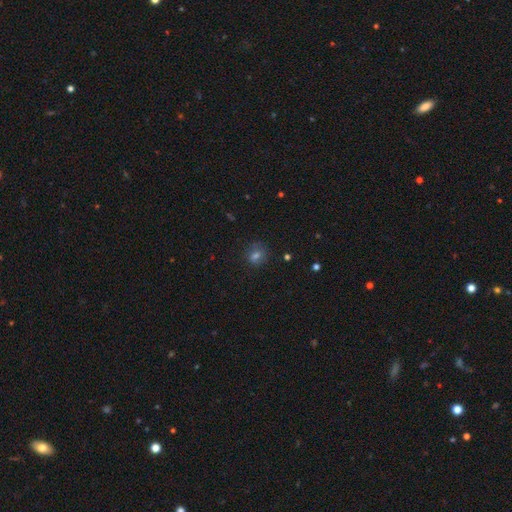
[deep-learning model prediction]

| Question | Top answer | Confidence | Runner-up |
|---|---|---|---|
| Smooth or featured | smooth | 66% | star or artifact (22%) |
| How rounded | round | 75% | in between (24%) |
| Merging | none | 74% | minor disturbance (16%) |